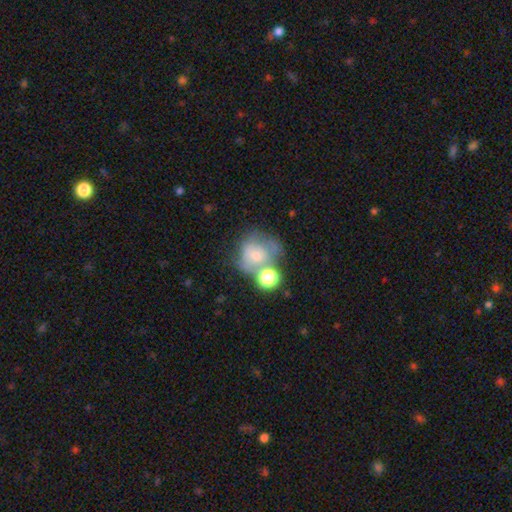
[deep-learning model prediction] Smooth or featured? Predicted: smooth (p=0.52). How rounded? Predicted: round (p=0.74). Merging? Predicted: none (p=0.34, tied with merger).